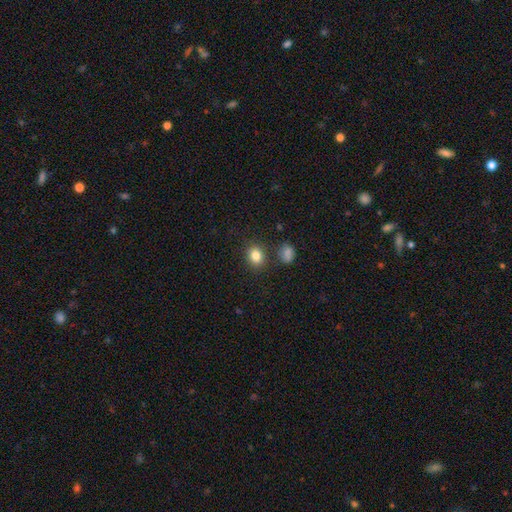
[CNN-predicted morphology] smooth_or_featured: smooth (p=0.83) [alt: star or artifact p=0.11]
how_rounded: round (p=0.58) [alt: in between p=0.41]
merging: none (p=0.82) [alt: minor disturbance p=0.10]